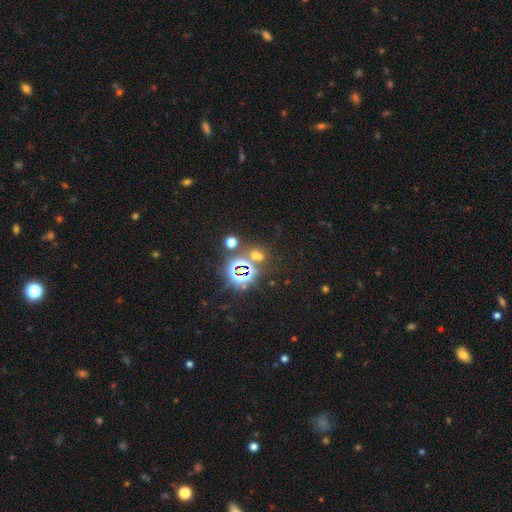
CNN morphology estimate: type=star or artifact (59%).